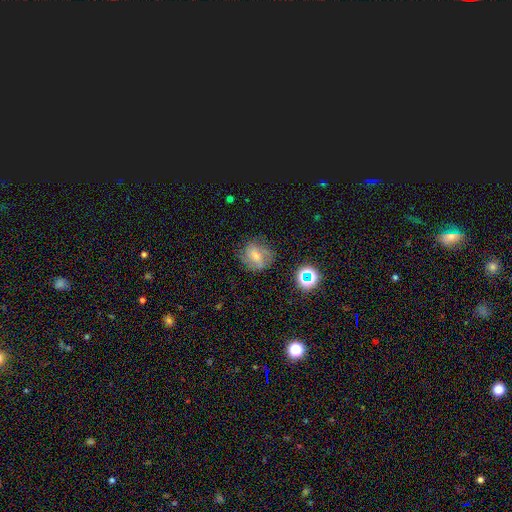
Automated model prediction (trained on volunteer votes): Morphology: type=featured or disk (44%); merging=none (66%).